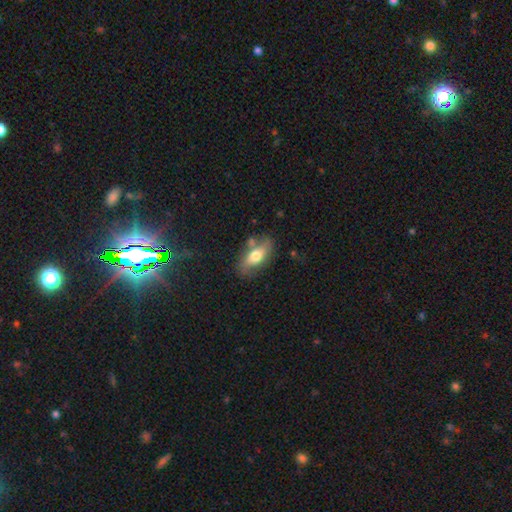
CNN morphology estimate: type=smooth (58%); roundness=in between (82%); merging=none (69%).